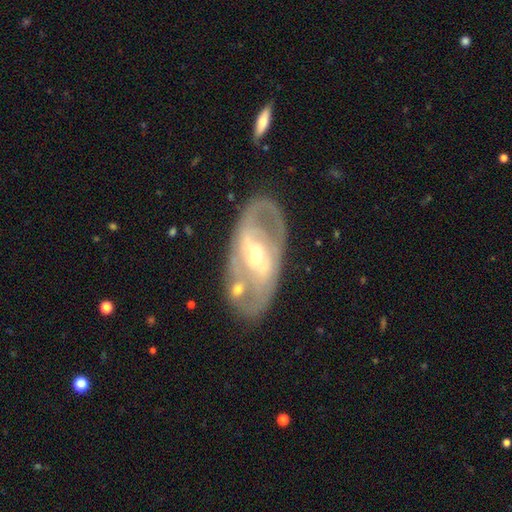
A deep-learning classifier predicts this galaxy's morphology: smooth_or_featured: featured or disk (p=0.81) [alt: smooth p=0.14]
disk_edge_on: no (p=0.92) [alt: yes p=0.08]
bar: weak (p=0.39) [alt: strong p=0.36]
has_spiral_arms: yes (p=0.72) [alt: no p=0.28]
spiral_winding: tight (p=0.42) [alt: medium p=0.40]
spiral_arm_count: 2 (p=0.65) [alt: can't tell p=0.23]
bulge_size: moderate (p=0.53) [alt: small p=0.42]
merging: none (p=0.71) [alt: minor disturbance p=0.15]